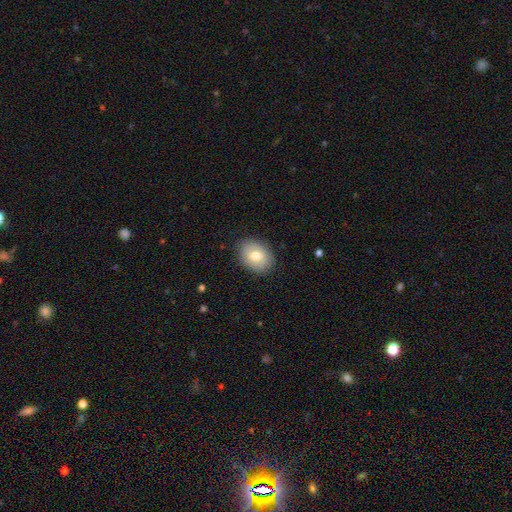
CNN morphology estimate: Smooth or featured: smooth — 74% (featured or disk — 18%)
How rounded: in between — 66% (round — 33%)
Merging: none — 86% (minor disturbance — 11%)